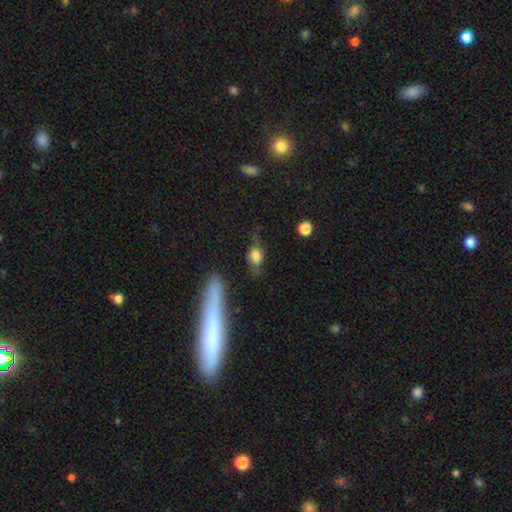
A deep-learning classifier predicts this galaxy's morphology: A smooth galaxy with no disk features (63%) that is in between round and cigar-shaped (70%).

Vote fractions:
- Smooth or featured? smooth: 63% / featured or disk: 26% / star or artifact: 11%
- How rounded? in between: 70% / round: 23% / cigar-shaped: 7%
- Merging? none: 50% / minor disturbance: 28% / major disturbance: 18% / merger: 5%